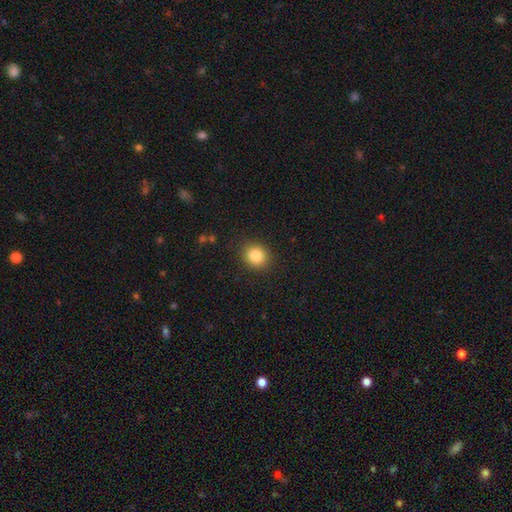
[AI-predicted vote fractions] Smooth or featured?
  - smooth: 84% *
  - star or artifact: 10%
  - featured or disk: 6%
How rounded?
  - round: 80% *
  - in between: 19%
  - cigar-shaped: 1%
Merging?
  - none: 89% *
  - minor disturbance: 7%
  - major disturbance: 3%
  - merger: 1%